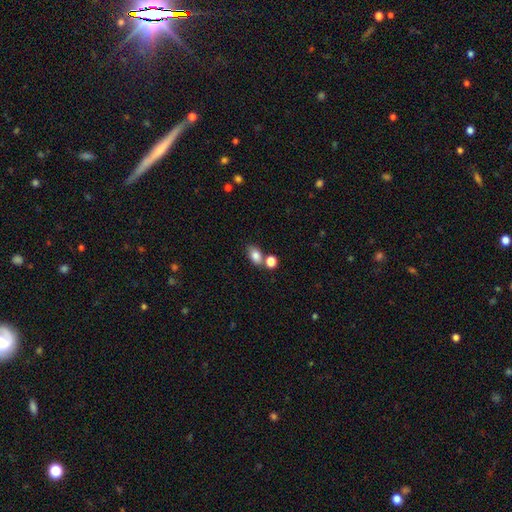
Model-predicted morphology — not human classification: type=smooth (82%); roundness=in between (80%); merging=none (59%).